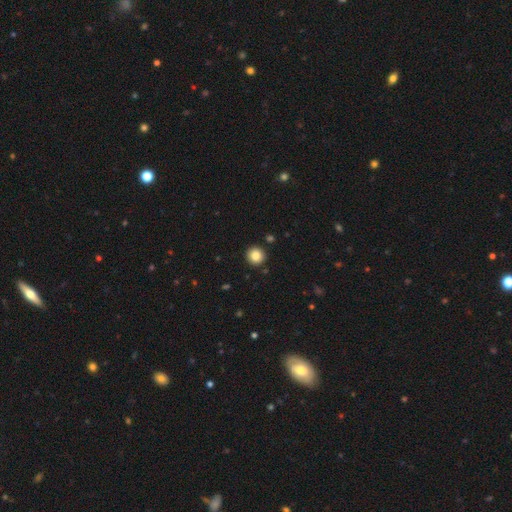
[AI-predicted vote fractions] A smooth galaxy with no disk features (85%) that is round (95%). Merging: none (92%).